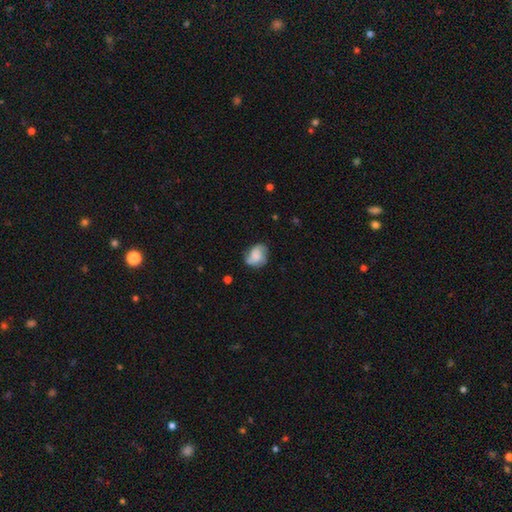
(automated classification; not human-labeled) Smooth or featured: featured or disk — 51% (smooth — 40%)
Edge-on disk: no — 98% (yes — 2%)
Bar: no — 69% (weak — 26%)
Spiral arms: yes — 87% (no — 13%)
Bulge size: none — 39% (moderate — 20%)
Merging: none — 61% (minor disturbance — 26%)